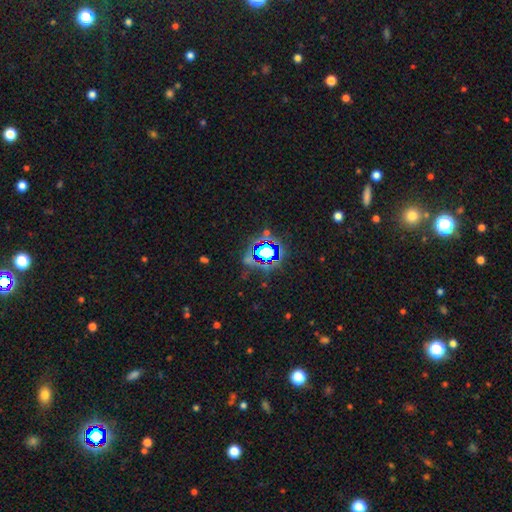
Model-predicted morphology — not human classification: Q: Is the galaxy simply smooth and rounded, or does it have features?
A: star or artifact — 73%.